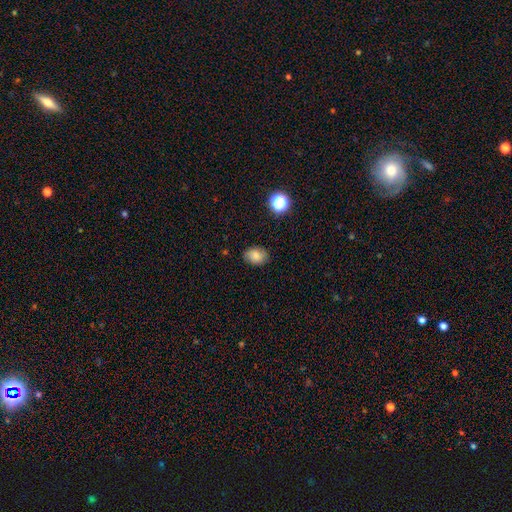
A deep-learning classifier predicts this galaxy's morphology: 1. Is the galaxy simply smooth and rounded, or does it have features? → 79% smooth, 11% star or artifact, 9% featured or disk.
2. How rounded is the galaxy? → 71% in between, 28% round, 1% cigar-shaped.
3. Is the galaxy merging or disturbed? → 81% none, 14% minor disturbance, 3% major disturbance, 1% merger.